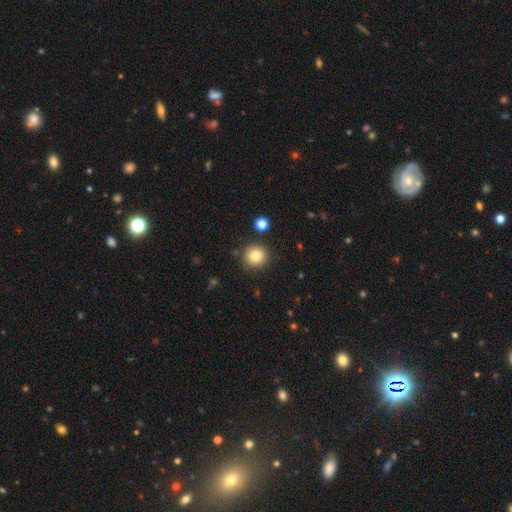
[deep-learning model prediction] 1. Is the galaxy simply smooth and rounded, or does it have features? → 80% smooth, 12% star or artifact, 9% featured or disk.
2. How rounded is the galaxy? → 93% round, 6% in between, 1% cigar-shaped.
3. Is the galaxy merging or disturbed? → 87% none, 7% minor disturbance, 3% merger, 2% major disturbance.